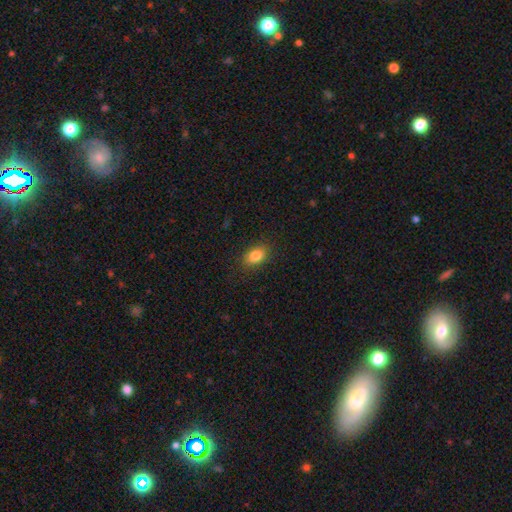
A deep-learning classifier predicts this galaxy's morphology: type=smooth (85%); roundness=in between (85%); merging=none (87%).